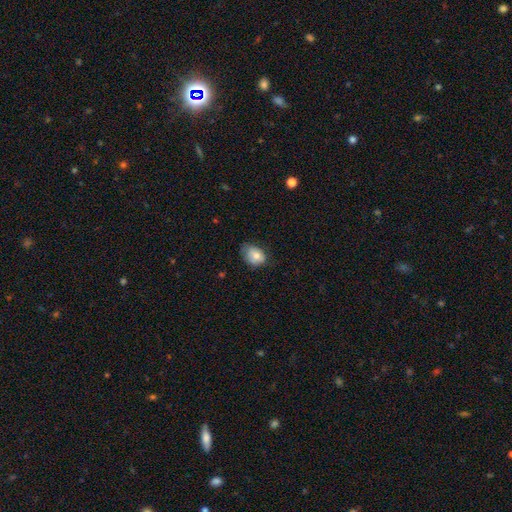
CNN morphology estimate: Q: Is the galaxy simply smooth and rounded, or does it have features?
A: smooth — 78%.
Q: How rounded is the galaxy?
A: in between — 67%.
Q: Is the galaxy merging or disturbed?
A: none — 53%.